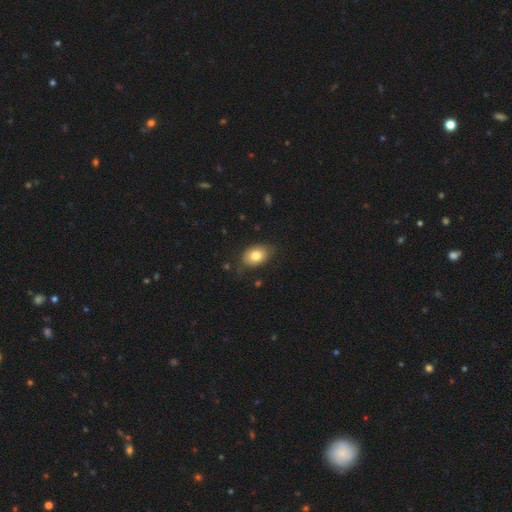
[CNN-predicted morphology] This appears to be a smooth galaxy with no disk features (79%) that is in between round and cigar-shaped (80%). Merging: none (71%).